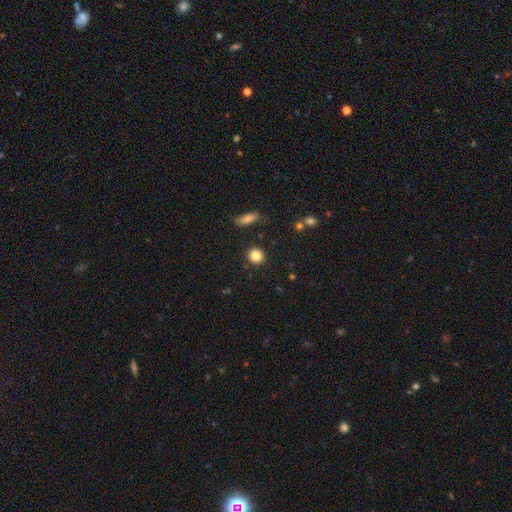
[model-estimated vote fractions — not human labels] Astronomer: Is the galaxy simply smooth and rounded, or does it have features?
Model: smooth — 84%.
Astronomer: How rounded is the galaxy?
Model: round — 86%.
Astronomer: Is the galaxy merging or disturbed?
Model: none — 89%.